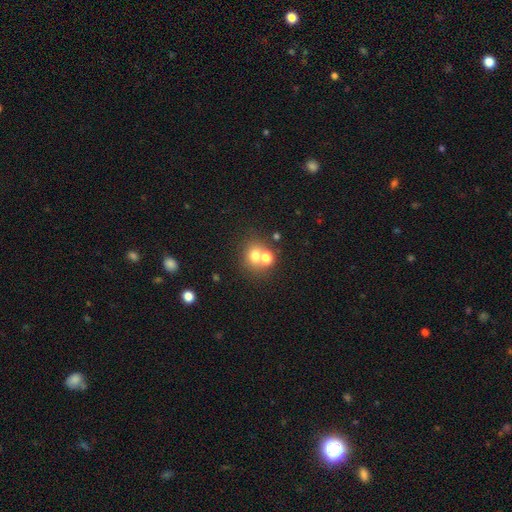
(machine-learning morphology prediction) Smooth or featured? smooth (68%)
How rounded? round (73%)
Merging? none (45%, tied with merger)